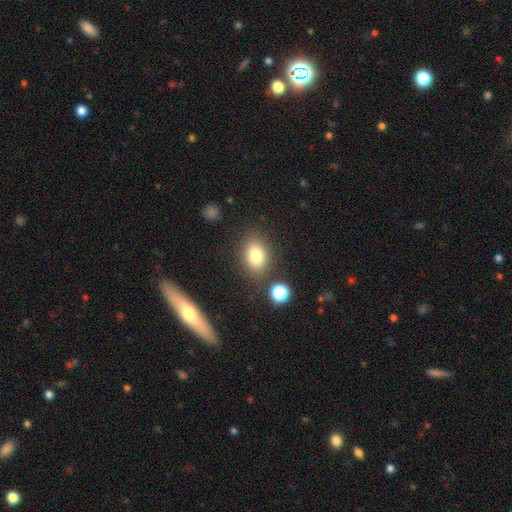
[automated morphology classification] A smooth galaxy with no disk features (80%) that is in between round and cigar-shaped (71%).

Vote fractions:
- Smooth or featured? smooth: 80% / star or artifact: 11% / featured or disk: 9%
- How rounded? in between: 71% / round: 27% / cigar-shaped: 2%
- Merging? none: 80% / minor disturbance: 11% / merger: 5% / major disturbance: 4%